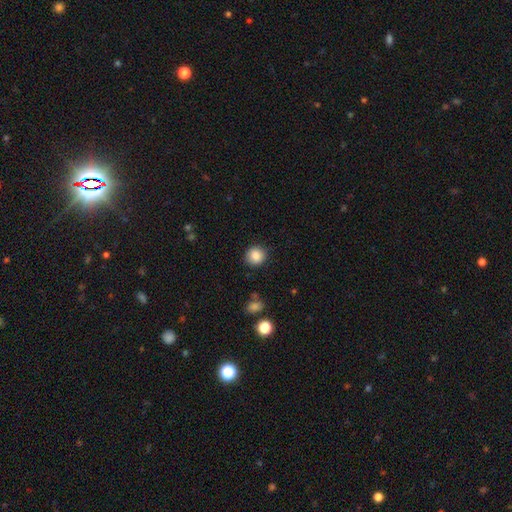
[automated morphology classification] This appears to be a smooth galaxy with no disk features (86%) that is round (88%). Merging: none (89%).